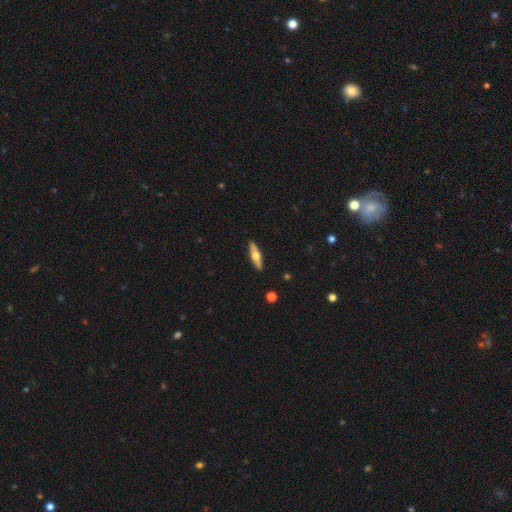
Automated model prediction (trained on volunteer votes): Smooth or featured? featured or disk (52%)
Edge-on disk? yes (91%)
Merging? none (91%)